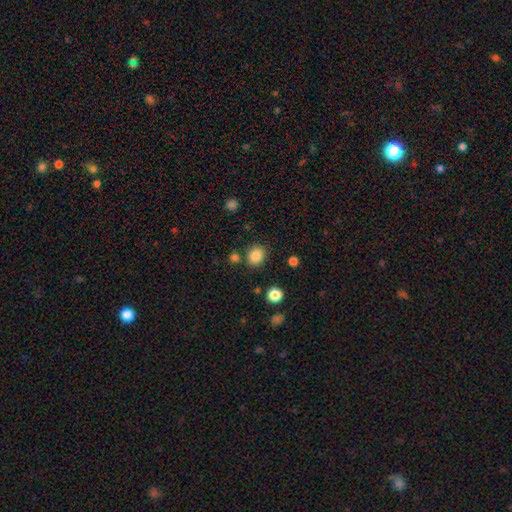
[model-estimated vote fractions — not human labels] smooth 85%, star or artifact 11%, featured or disk 4%. Down the decision tree: how rounded — round (73%); merging — none (80%).